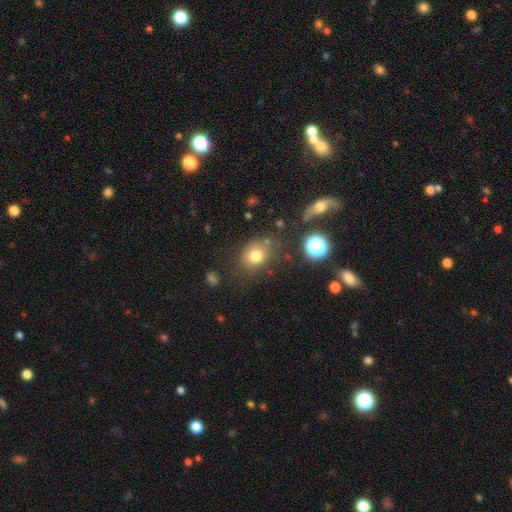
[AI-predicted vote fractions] A smooth galaxy with no disk features (76%) that is round (61%). Merging: none (70%).